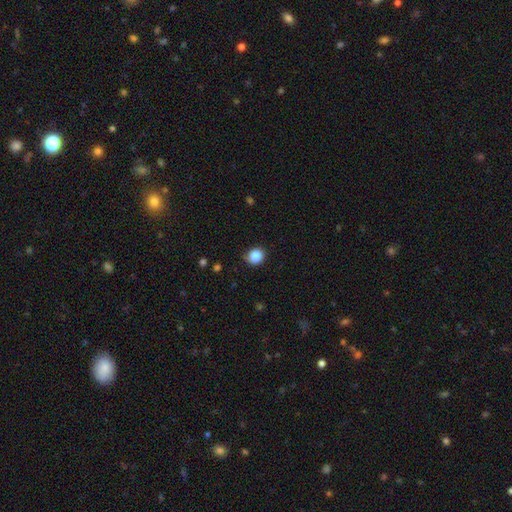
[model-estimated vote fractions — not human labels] Smooth or featured?
  - smooth: 86% *
  - star or artifact: 10%
  - featured or disk: 4%
How rounded?
  - round: 78% *
  - in between: 21%
  - cigar-shaped: 1%
Merging?
  - none: 76% *
  - minor disturbance: 20%
  - major disturbance: 4%
  - merger: 1%